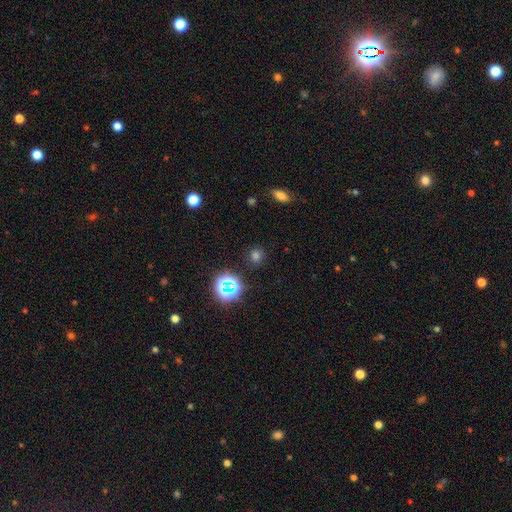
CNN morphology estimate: This appears to be a smooth galaxy with no disk features (69%) that is round (85%). Merging: none (86%).